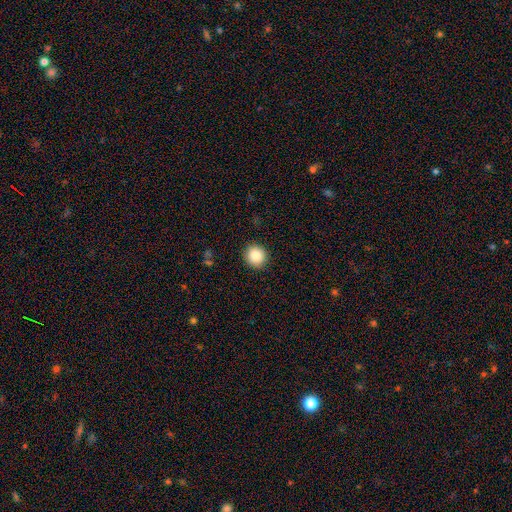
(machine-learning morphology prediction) Overall: smooth (87%). How rounded: round (91%). Merging: none (92%).